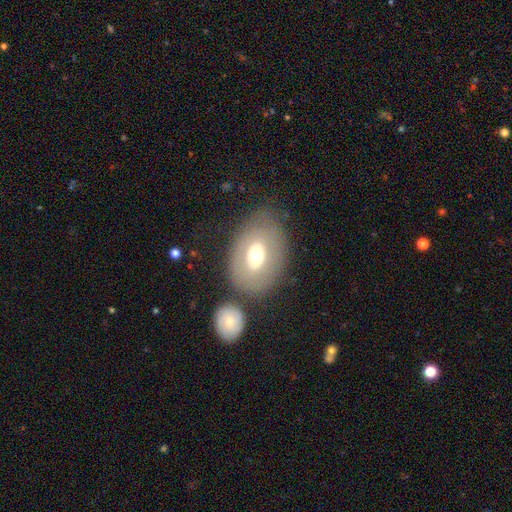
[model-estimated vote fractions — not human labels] Morphology: type=smooth (53%); roundness=in between (79%); merging=none (63%).